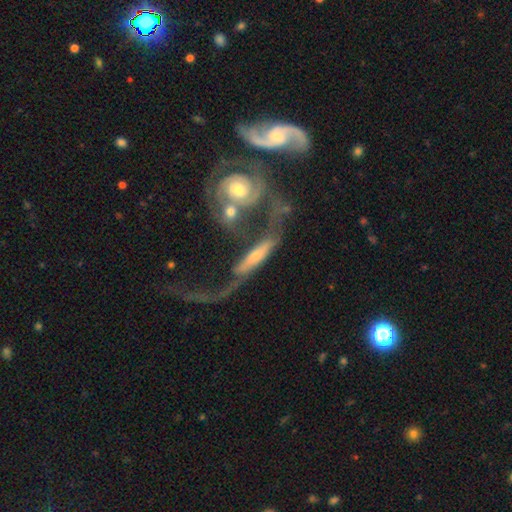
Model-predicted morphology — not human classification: featured or disk 68%, smooth 26%, star or artifact 7%. Down the decision tree: edge-on disk — no (61%); merging — merger (52%).